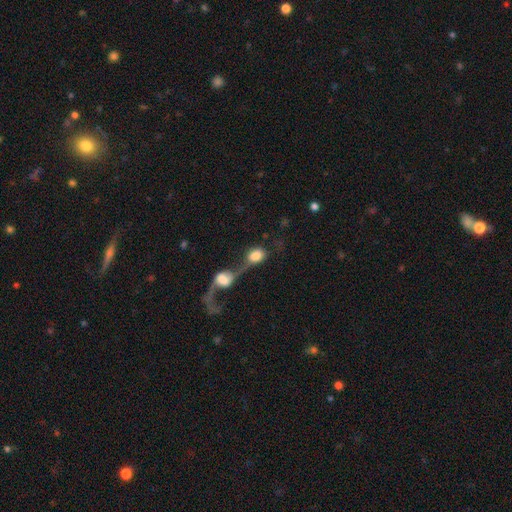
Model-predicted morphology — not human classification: Smooth or featured?
  - smooth: 64% *
  - featured or disk: 28%
  - star or artifact: 9%
How rounded?
  - in between: 49% *
  - round: 48%
  - cigar-shaped: 2%
Merging?
  - merger: 77% *
  - major disturbance: 9%
  - none: 9%
  - minor disturbance: 4%